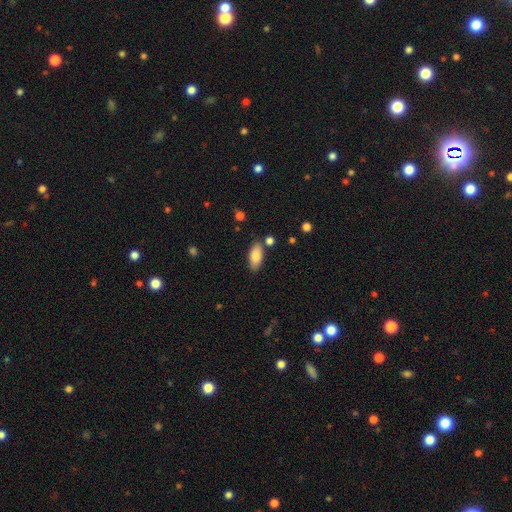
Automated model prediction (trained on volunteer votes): Q: Smooth or featured?
A: smooth (84%); runner-up: featured or disk (9%)
Q: How rounded?
A: in between (89%); runner-up: cigar-shaped (8%)
Q: Merging?
A: none (79%); runner-up: minor disturbance (12%)